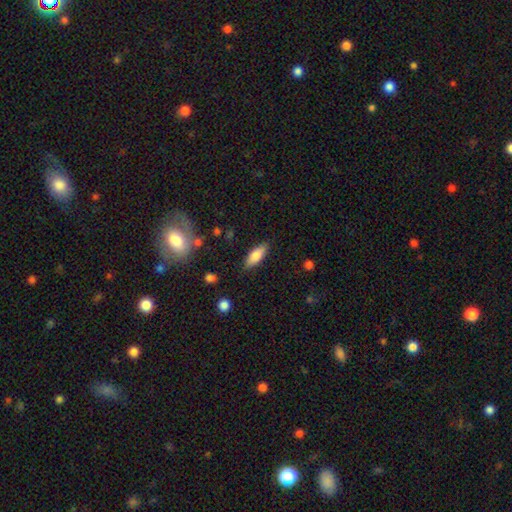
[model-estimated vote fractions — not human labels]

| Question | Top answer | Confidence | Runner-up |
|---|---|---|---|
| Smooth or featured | smooth | 78% | featured or disk (15%) |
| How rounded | in between | 72% | cigar-shaped (26%) |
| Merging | none | 84% | minor disturbance (11%) |